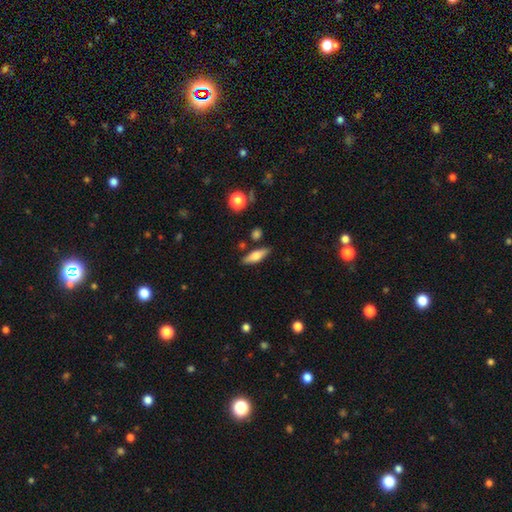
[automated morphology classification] Q: Smooth or featured?
A: smooth (62%); runner-up: featured or disk (31%)
Q: How rounded?
A: in between (48%); tied with: cigar-shaped (48%)
Q: Merging?
A: none (82%); runner-up: minor disturbance (11%)